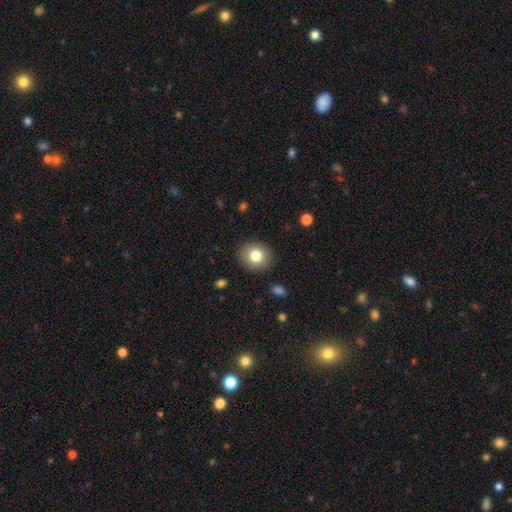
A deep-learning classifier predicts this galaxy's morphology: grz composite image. It shows a smooth galaxy with no disk features (80%) that is round (81%). Merging: none (90%).